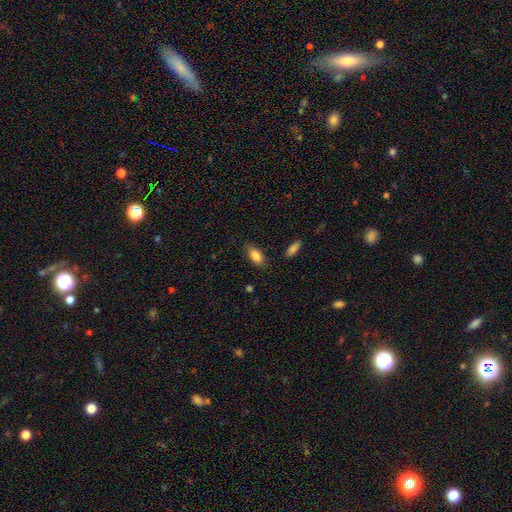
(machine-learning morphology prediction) smooth_or_featured: smooth (p=0.86) [alt: star or artifact p=0.07]
how_rounded: in between (p=0.89) [alt: cigar-shaped p=0.08]
merging: none (p=0.83) [alt: minor disturbance p=0.13]